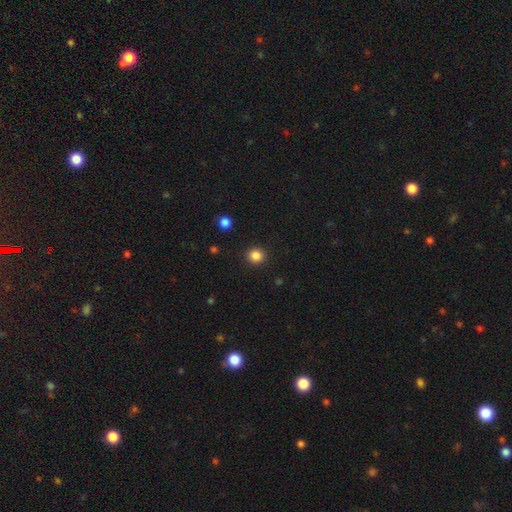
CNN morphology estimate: Smooth or featured? Predicted: smooth (p=0.85). How rounded? Predicted: round (p=0.91). Merging? Predicted: none (p=0.92).